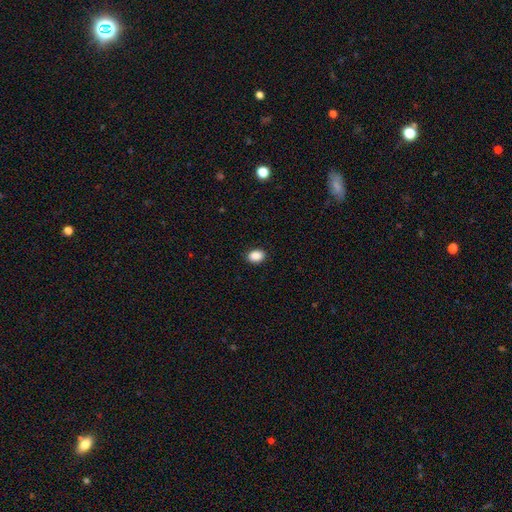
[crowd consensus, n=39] Volunteers were most divided on "how rounded": in between: 57%, round: 43%, cigar-shaped: 0%. More confident: merging — none (92%); smooth or featured — smooth (90%).